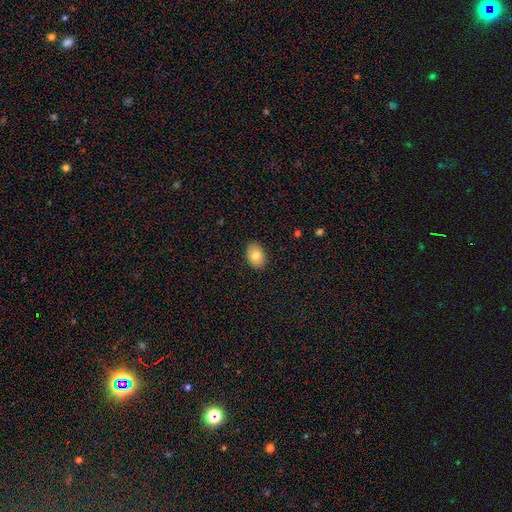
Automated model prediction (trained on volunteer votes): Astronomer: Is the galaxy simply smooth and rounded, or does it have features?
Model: smooth — 80%.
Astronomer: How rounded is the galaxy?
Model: in between — 76%.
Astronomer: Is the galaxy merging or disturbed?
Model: none — 89%.